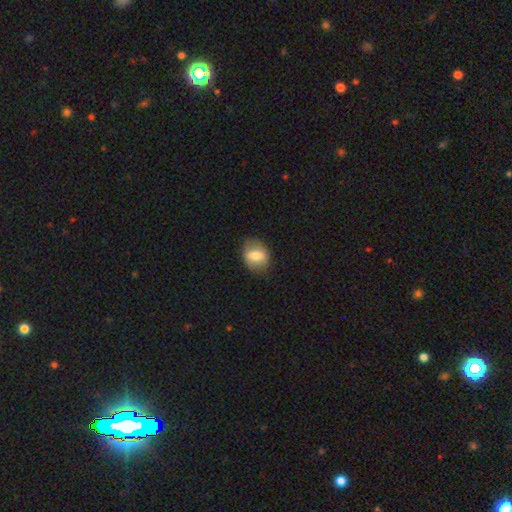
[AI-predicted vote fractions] smooth-or-featured: smooth: 63% | featured or disk: 29% | star or artifact: 8%
  how-rounded: in between: 61% | round: 37% | cigar-shaped: 2%
  merging: none: 80% | minor disturbance: 14% | major disturbance: 4% | merger: 1%